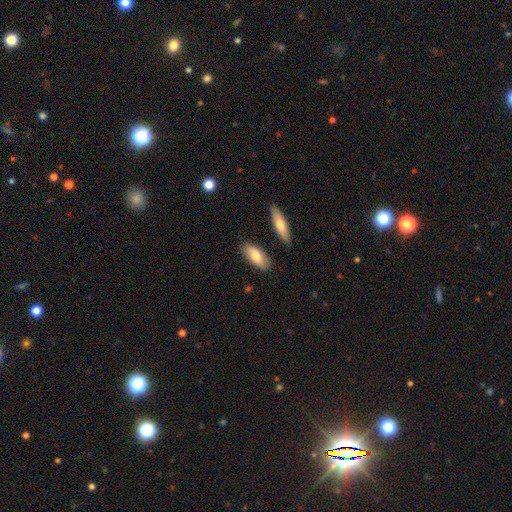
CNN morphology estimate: A smooth galaxy with no disk features (77%) that is in between round and cigar-shaped (83%).

Vote fractions:
- Smooth or featured? smooth: 77% / featured or disk: 17% / star or artifact: 6%
- How rounded? in between: 83% / cigar-shaped: 15% / round: 2%
- Merging? none: 82% / minor disturbance: 11% / merger: 4% / major disturbance: 2%